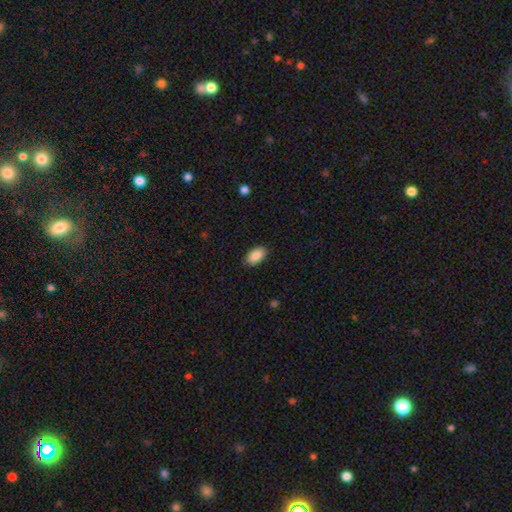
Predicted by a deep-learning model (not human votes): Smooth or featured? smooth (89%)
How rounded? in between (93%)
Merging? none (88%)